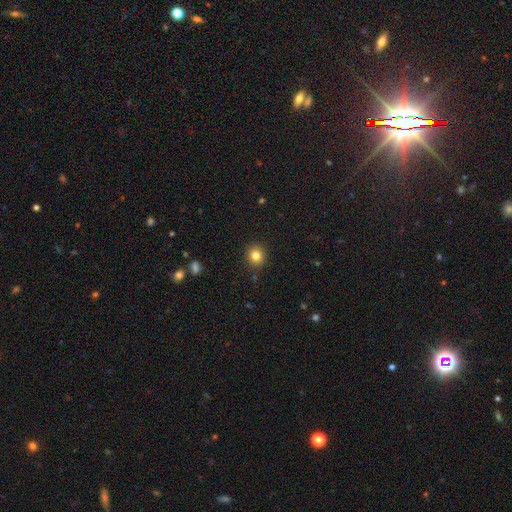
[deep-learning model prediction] Smooth or featured? Predicted: smooth (p=0.83). How rounded? Predicted: round (p=0.88). Merging? Predicted: none (p=0.90).